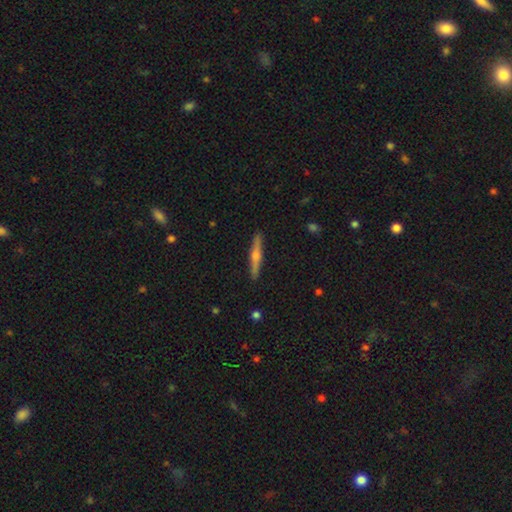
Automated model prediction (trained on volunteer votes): This appears to be a featured or disk galaxy (65%) viewed edge-on (98%) with a rounded central bulge (87%). Merging: none (92%).